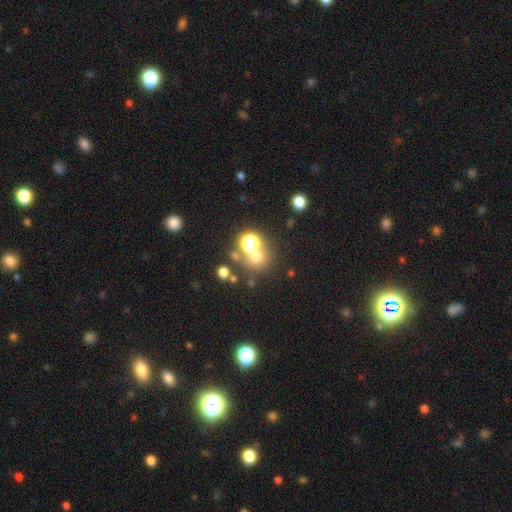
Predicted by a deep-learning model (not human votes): The model was most divided on "smooth or featured": smooth: 60%, star or artifact: 29%, featured or disk: 10%. More confident: how rounded — round (88%); merging — none (64%).